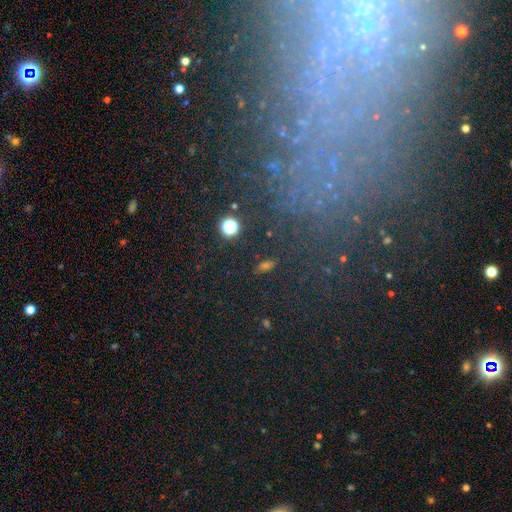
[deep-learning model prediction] This is possibly a star or artifact rather than a galaxy (50%).